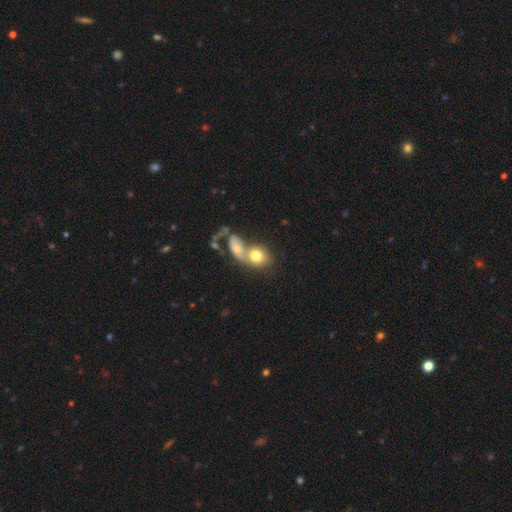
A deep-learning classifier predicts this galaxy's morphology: A smooth galaxy with no disk features (74%) that is round (52%).

Vote fractions:
- Smooth or featured? smooth: 74% / featured or disk: 18% / star or artifact: 8%
- How rounded? round: 52% / in between: 46% / cigar-shaped: 2%
- Merging? merger: 62% / none: 23% / minor disturbance: 8% / major disturbance: 7%